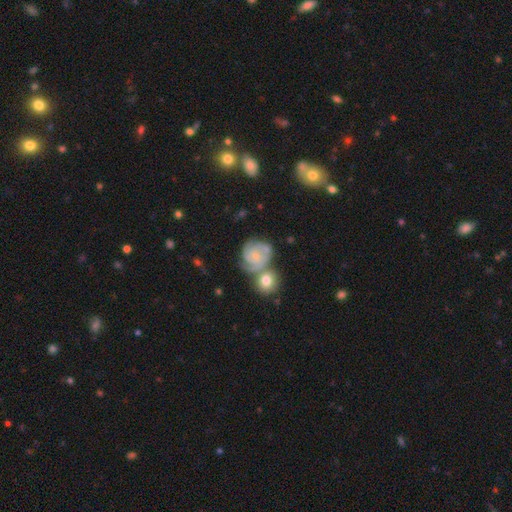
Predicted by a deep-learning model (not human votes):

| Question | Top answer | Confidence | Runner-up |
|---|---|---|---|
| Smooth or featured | featured or disk | 72% | smooth (22%) |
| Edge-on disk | no | 98% | yes (2%) |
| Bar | no | 72% | weak (24%) |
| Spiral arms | yes | 93% | no (7%) |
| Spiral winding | tight | 62% | medium (30%) |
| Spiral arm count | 2 | 30% | 3 (28%) |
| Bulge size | small | 64% | moderate (23%) |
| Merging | none | 43% | merger (30%) |